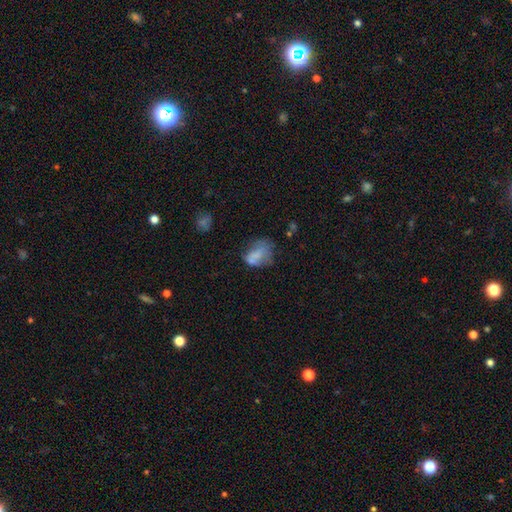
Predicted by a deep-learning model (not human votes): smooth_or_featured: smooth (p=0.64) [alt: featured or disk p=0.24]
how_rounded: in between (p=0.73) [alt: round p=0.25]
merging: none (p=0.33) [alt: minor disturbance p=0.28]